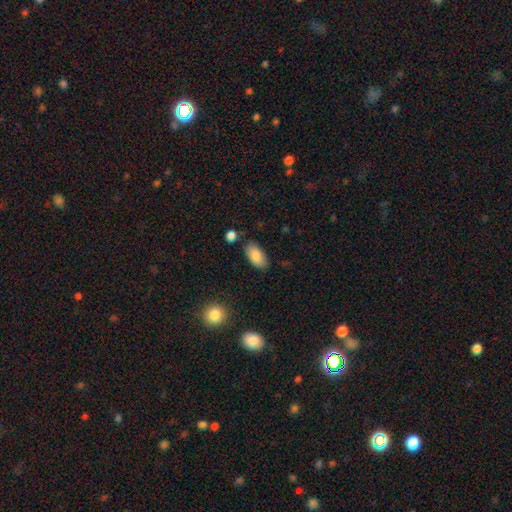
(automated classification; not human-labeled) smooth-or-featured: smooth: 87% | star or artifact: 7% | featured or disk: 6%
  how-rounded: in between: 93% | cigar-shaped: 4% | round: 3%
  merging: none: 80% | minor disturbance: 14% | merger: 3% | major disturbance: 3%